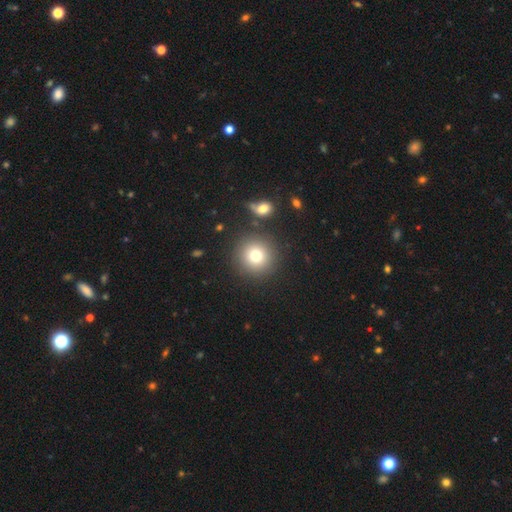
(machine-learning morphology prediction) Q: Smooth or featured?
A: smooth (76%); runner-up: star or artifact (14%)
Q: How rounded?
A: round (94%); runner-up: in between (5%)
Q: Merging?
A: none (86%); runner-up: minor disturbance (7%)